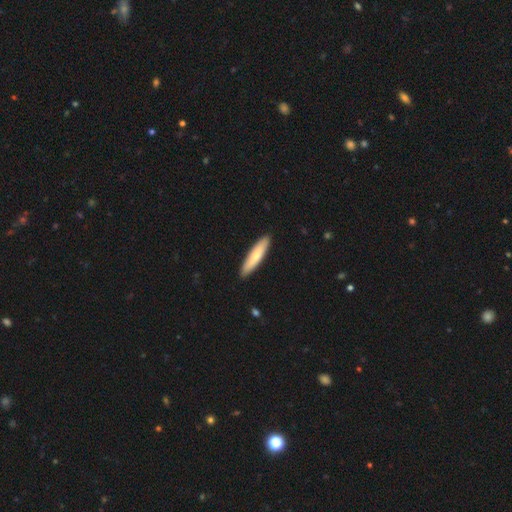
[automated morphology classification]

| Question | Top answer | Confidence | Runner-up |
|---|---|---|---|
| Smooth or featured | smooth | 72% | featured or disk (23%) |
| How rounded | cigar-shaped | 83% | in between (15%) |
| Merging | none | 91% | minor disturbance (7%) |